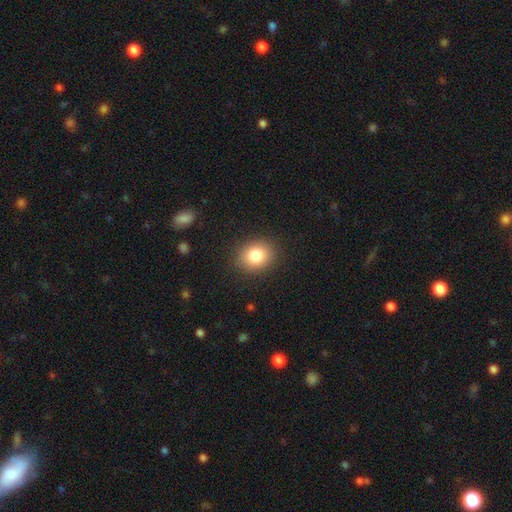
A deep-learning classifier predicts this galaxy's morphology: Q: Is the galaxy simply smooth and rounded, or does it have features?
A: smooth — 83%.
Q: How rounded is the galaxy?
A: round — 58%.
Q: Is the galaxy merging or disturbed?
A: none — 88%.